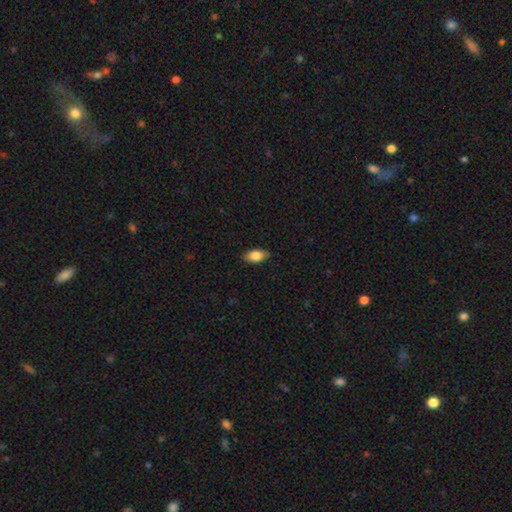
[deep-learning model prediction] Smooth or featured: smooth — 83% (featured or disk — 10%)
How rounded: in between — 90% (cigar-shaped — 5%)
Merging: none — 87% (minor disturbance — 10%)